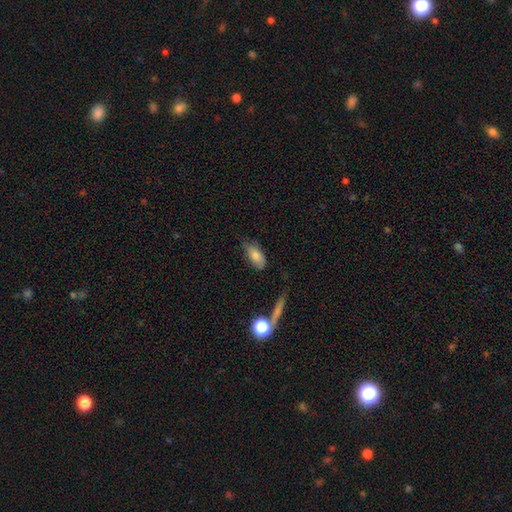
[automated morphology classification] smooth_or_featured: smooth (p=0.81) [alt: featured or disk p=0.12]
how_rounded: in between (p=0.89) [alt: cigar-shaped p=0.08]
merging: none (p=0.56) [alt: minor disturbance p=0.32]